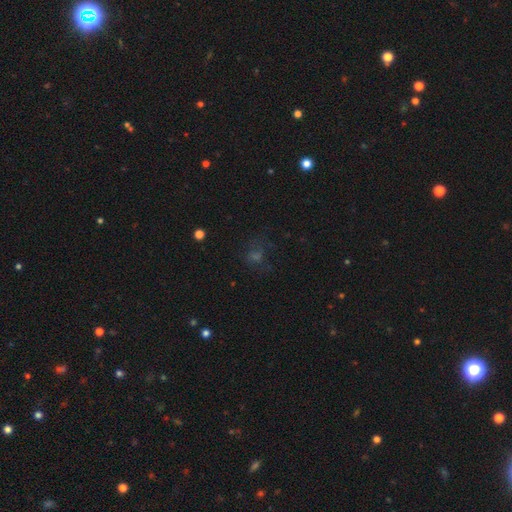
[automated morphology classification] This appears to be a star or artifact, not a galaxy (40%).